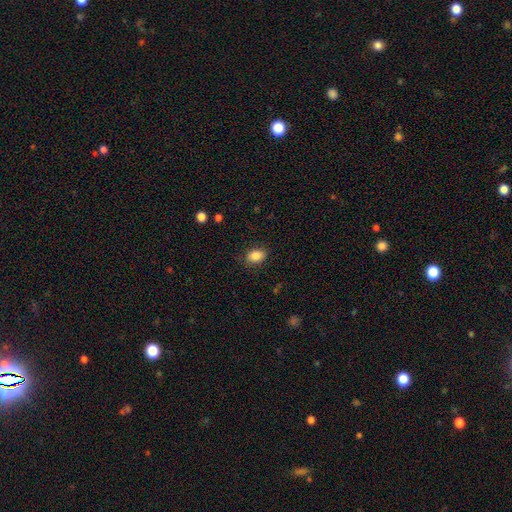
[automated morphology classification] type=smooth (86%); roundness=in between (82%); merging=none (85%).